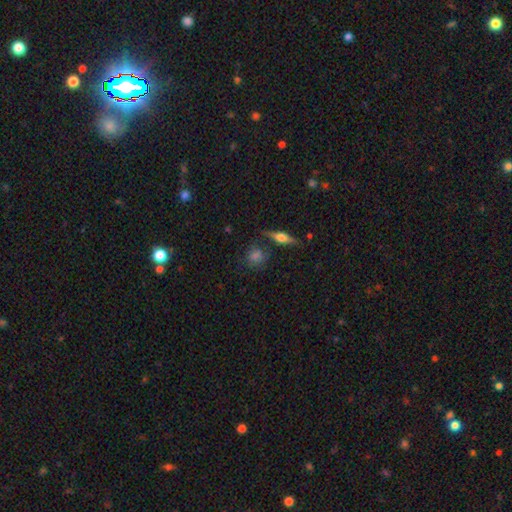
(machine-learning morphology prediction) smooth-or-featured: smooth: 61% | featured or disk: 23% | star or artifact: 16%
  how-rounded: round: 65% | in between: 27% | cigar-shaped: 8%
  merging: none: 75% | minor disturbance: 14% | merger: 8% | major disturbance: 4%